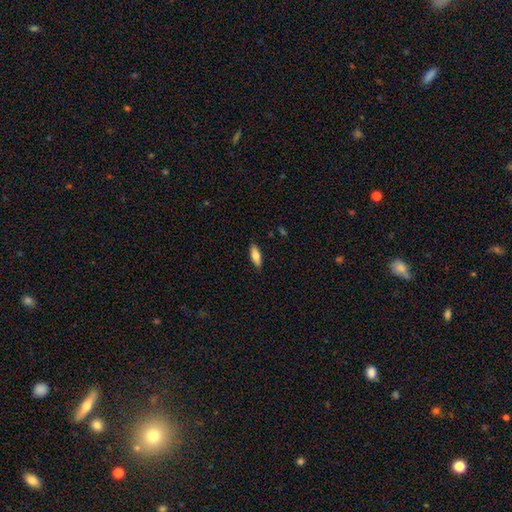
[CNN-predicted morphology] This appears to be a smooth galaxy with no disk features (75%) that is in between round and cigar-shaped (65%). Merging: none (87%).